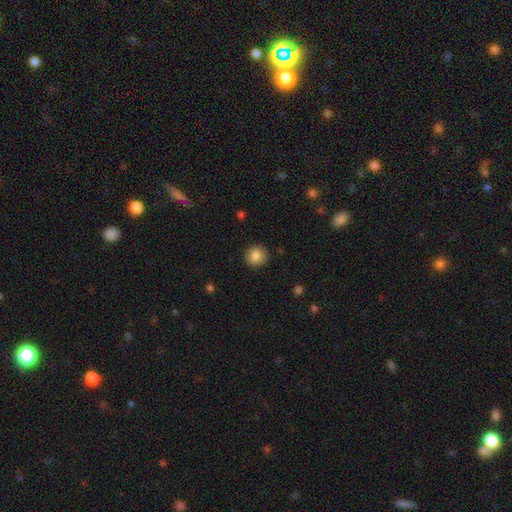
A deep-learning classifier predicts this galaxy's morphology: The model was most divided on "smooth or featured": smooth: 85%, star or artifact: 9%, featured or disk: 7%. More confident: how rounded — round (92%); merging — none (90%).